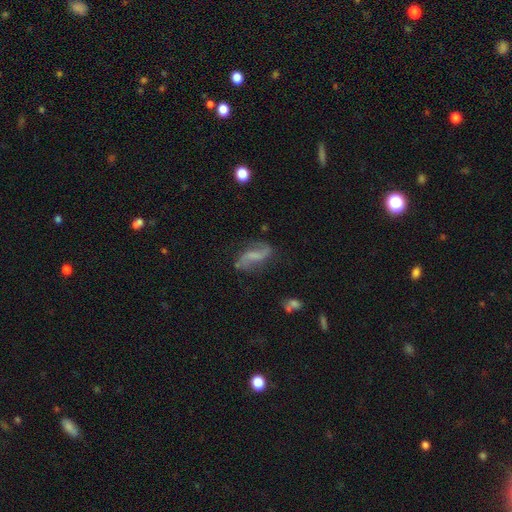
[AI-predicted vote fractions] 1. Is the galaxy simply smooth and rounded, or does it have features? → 77% featured or disk, 15% smooth, 8% star or artifact.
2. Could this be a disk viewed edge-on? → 96% no, 4% yes.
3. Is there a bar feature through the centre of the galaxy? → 42% weak, 33% no, 25% strong.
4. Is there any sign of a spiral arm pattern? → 93% yes, 7% no.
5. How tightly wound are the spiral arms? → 74% loose, 20% medium, 6% tight.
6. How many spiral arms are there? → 91% 2, 3% can't tell, 3% 1, 1% 3, 1% 4, 1% more than 4.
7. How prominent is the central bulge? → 57% none, 24% small, 13% moderate, 4% large, 1% dominant.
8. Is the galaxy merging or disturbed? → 69% none, 18% minor disturbance, 9% major disturbance, 4% merger.